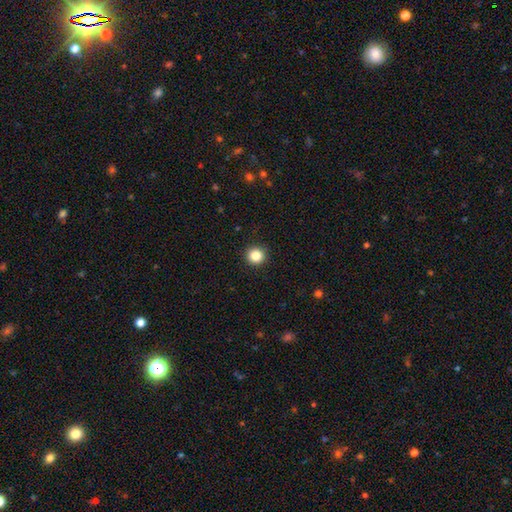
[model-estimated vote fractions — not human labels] This is clearly a smooth galaxy (85%). How rounded: clearly round (95%). Merging: clearly none (93%).